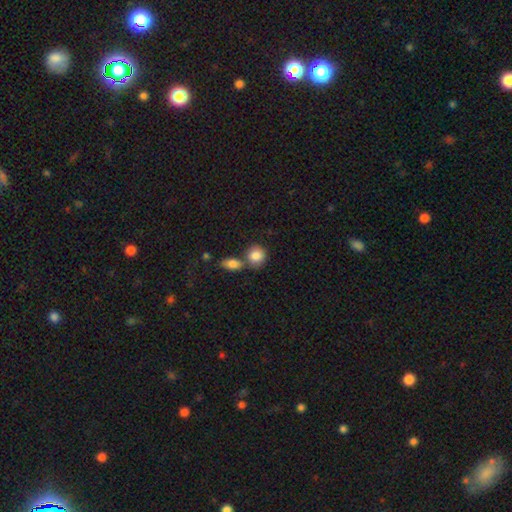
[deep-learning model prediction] smooth 84%, featured or disk 8%, star or artifact 8%. Down the decision tree: how rounded — round (77%); merging — none (52%).